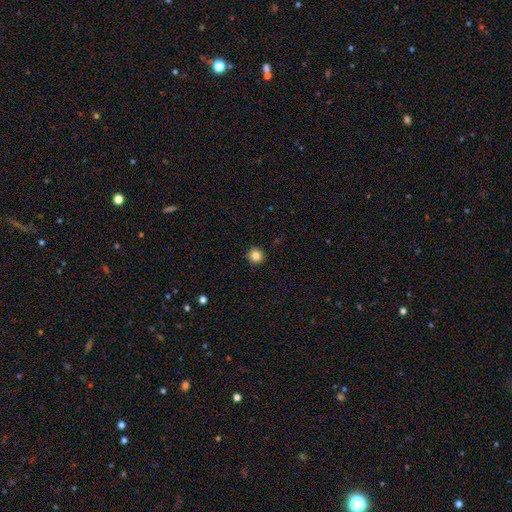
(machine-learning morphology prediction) smooth-or-featured: smooth: 84% | star or artifact: 11% | featured or disk: 5%
  how-rounded: round: 94% | in between: 5% | cigar-shaped: 1%
  merging: none: 91% | minor disturbance: 6% | major disturbance: 2% | merger: 1%